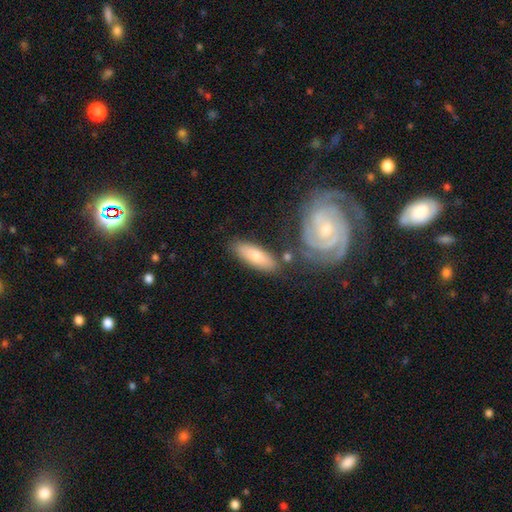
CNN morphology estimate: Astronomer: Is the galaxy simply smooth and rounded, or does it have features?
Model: smooth — 56% (runner-up: featured or disk, 38%).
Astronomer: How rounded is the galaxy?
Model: in between — 56% (runner-up: cigar-shaped, 42%).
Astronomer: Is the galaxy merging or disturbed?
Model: none — 73%.